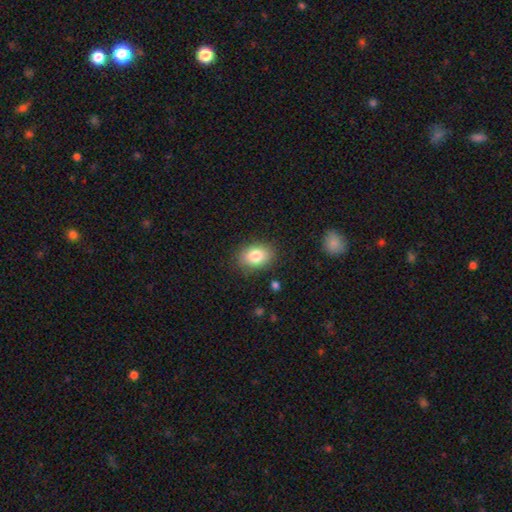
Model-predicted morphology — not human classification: smooth-or-featured: smooth: 82% | featured or disk: 10% | star or artifact: 8%
  how-rounded: in between: 77% | round: 22% | cigar-shaped: 1%
  merging: none: 84% | minor disturbance: 12% | major disturbance: 3% | merger: 2%